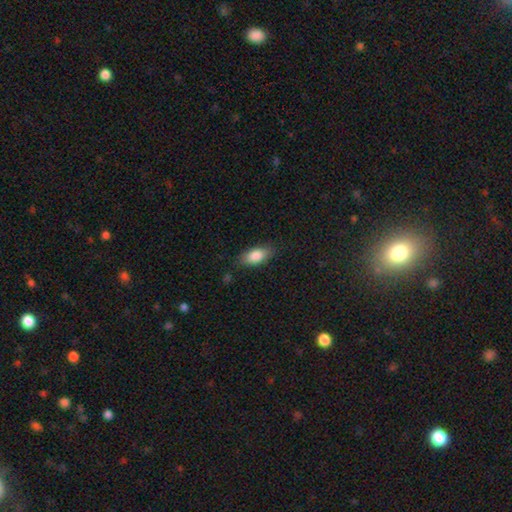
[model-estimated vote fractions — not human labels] Overall: smooth (84%). How rounded: in between (88%). Merging: none (79%).